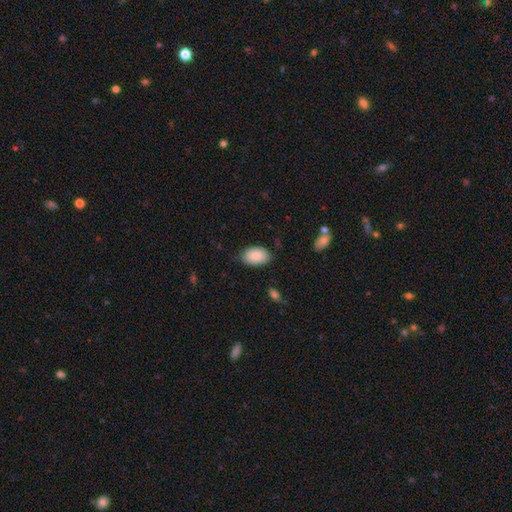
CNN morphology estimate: Smooth or featured?
  - smooth: 88% *
  - star or artifact: 6%
  - featured or disk: 5%
How rounded?
  - in between: 92% *
  - round: 7%
  - cigar-shaped: 1%
Merging?
  - none: 82% *
  - minor disturbance: 14%
  - major disturbance: 3%
  - merger: 1%